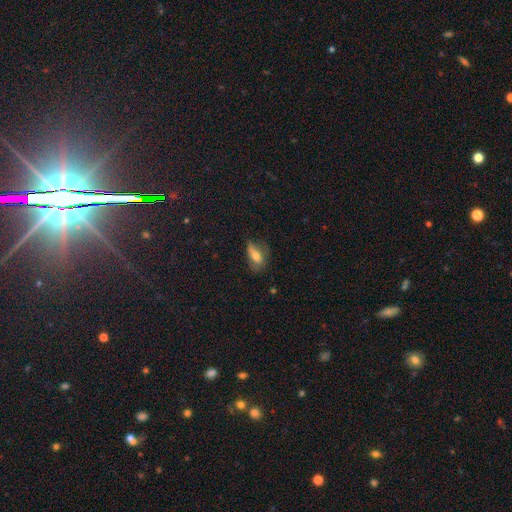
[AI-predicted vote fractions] Morphology: type=smooth (61%); roundness=in between (78%); merging=none (51%).